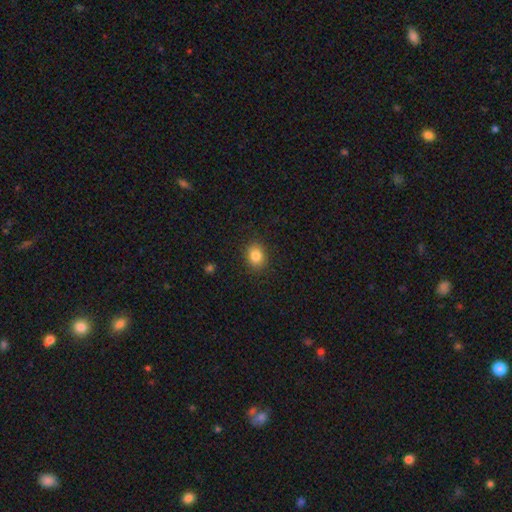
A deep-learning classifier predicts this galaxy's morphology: This is clearly a smooth galaxy (85%). How rounded: possibly round (53%). Merging: clearly none (88%).